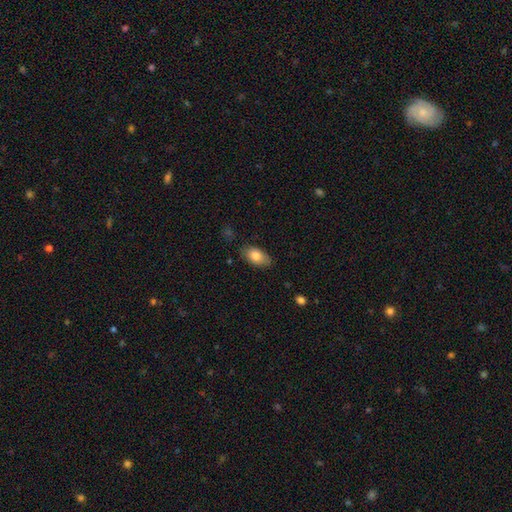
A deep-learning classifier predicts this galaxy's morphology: Q: Smooth or featured?
A: smooth (82%); runner-up: featured or disk (11%)
Q: How rounded?
A: in between (91%); runner-up: round (6%)
Q: Merging?
A: none (79%); runner-up: minor disturbance (17%)